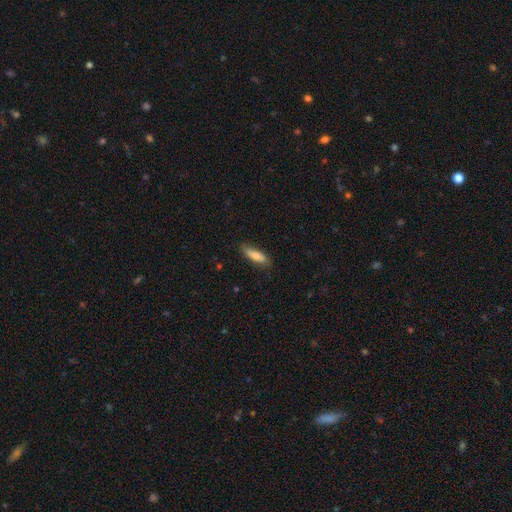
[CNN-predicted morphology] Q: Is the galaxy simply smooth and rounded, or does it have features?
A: smooth — 72%.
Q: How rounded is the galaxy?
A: cigar-shaped — 55%.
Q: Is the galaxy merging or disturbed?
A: none — 76%.